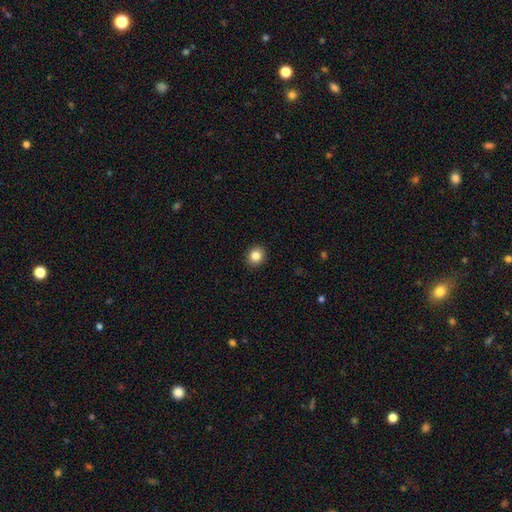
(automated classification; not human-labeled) The model was most divided on "how rounded": round: 78%, in between: 21%, cigar-shaped: 1%. More confident: merging — none (92%); smooth or featured — smooth (84%).